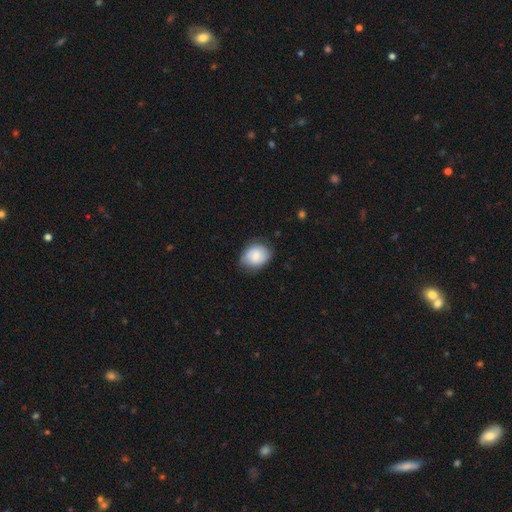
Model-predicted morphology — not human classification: A smooth galaxy with no disk features (69%) that is round (51%). Merging: none (75%).